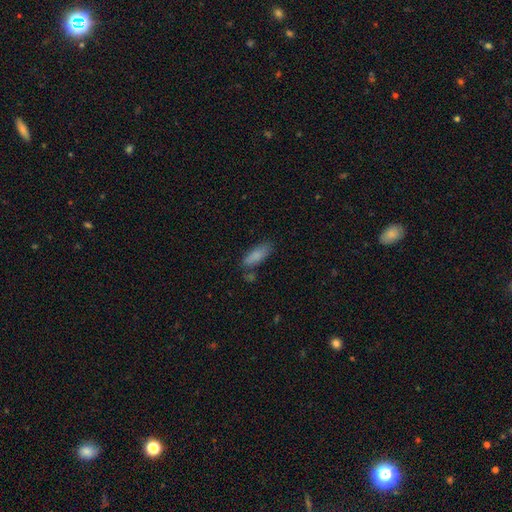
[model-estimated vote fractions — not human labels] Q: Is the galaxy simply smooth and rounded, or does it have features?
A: smooth — 84%.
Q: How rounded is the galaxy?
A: in between — 63%.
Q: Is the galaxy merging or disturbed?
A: none — 69%.